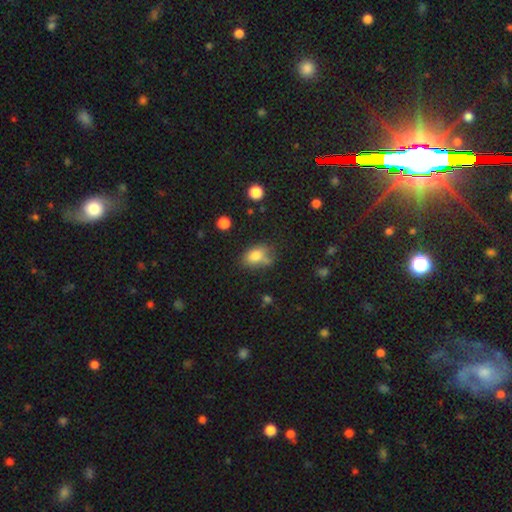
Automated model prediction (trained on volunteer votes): Smooth or featured? Predicted: smooth (p=0.78). How rounded? Predicted: in between (p=0.78). Merging? Predicted: none (p=0.53).